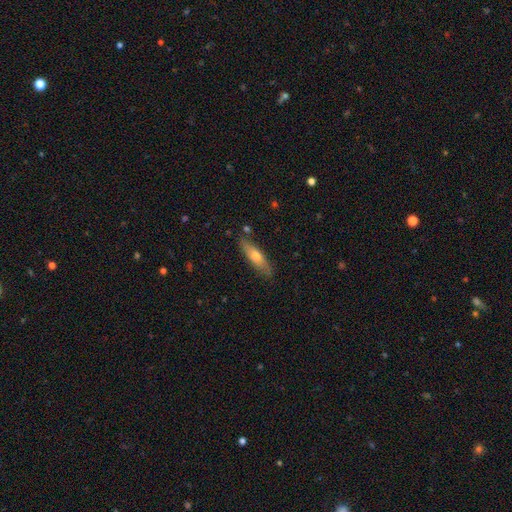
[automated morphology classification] type=smooth (57%); roundness=cigar-shaped (71%); merging=none (83%).